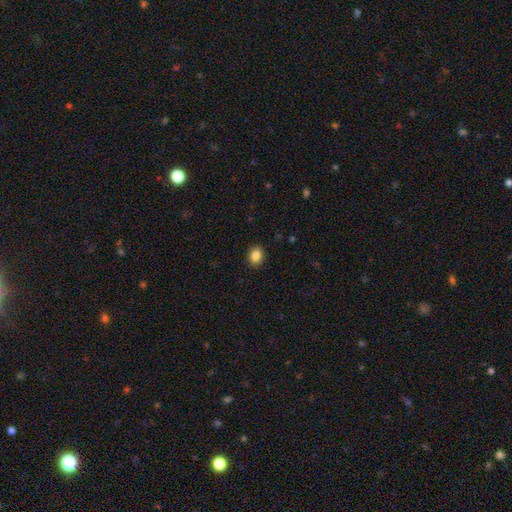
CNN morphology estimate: type=smooth (86%); roundness=in between (53%); merging=none (90%).